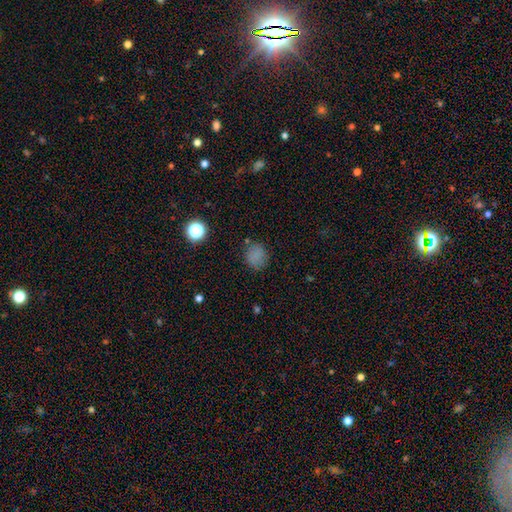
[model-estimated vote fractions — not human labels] Smooth or featured? smooth (76%)
How rounded? round (81%)
Merging? none (81%)